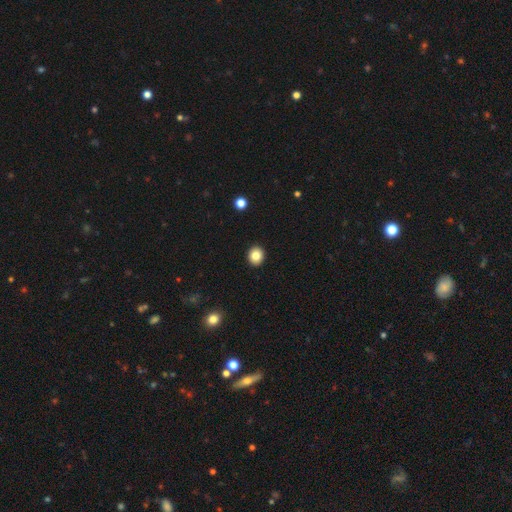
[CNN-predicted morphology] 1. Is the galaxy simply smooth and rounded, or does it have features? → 84% smooth, 10% star or artifact, 6% featured or disk.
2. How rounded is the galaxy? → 76% round, 23% in between, 1% cigar-shaped.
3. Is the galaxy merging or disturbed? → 93% none, 5% minor disturbance, 1% major disturbance, 1% merger.